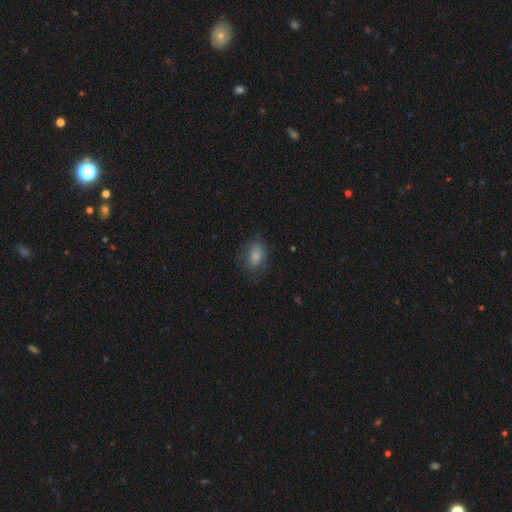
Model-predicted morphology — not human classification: smooth-or-featured: smooth: 75% | featured or disk: 15% | star or artifact: 10%
  how-rounded: in between: 66% | round: 33% | cigar-shaped: 1%
  merging: none: 59% | minor disturbance: 26% | major disturbance: 14% | merger: 1%